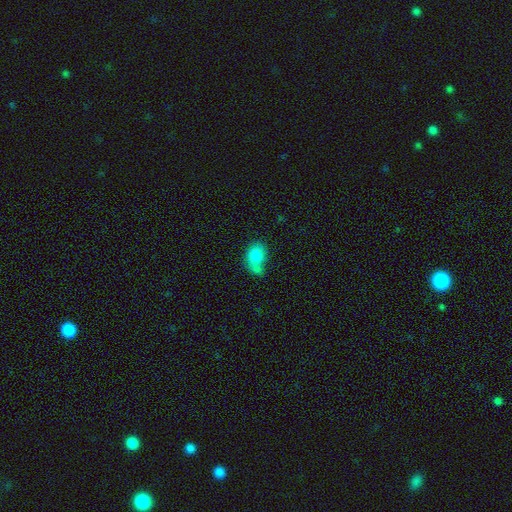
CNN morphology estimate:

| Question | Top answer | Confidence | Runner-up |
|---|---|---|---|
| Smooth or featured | smooth | 80% | featured or disk (11%) |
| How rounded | in between | 56% | round (43%) |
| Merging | merger | 40% | none (35%) |